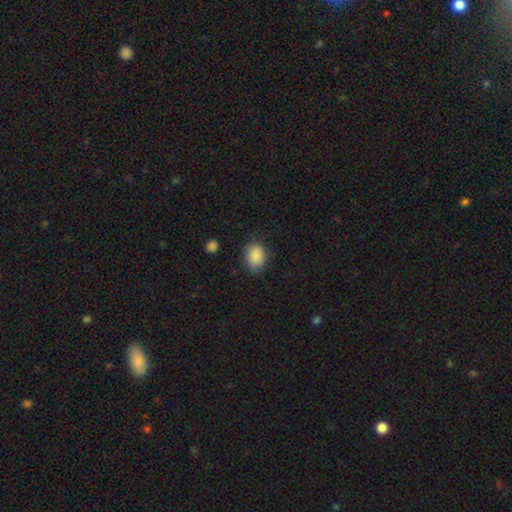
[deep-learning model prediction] smooth 88%, star or artifact 8%, featured or disk 4%. Down the decision tree: how rounded — in between (64%); merging — none (76%).